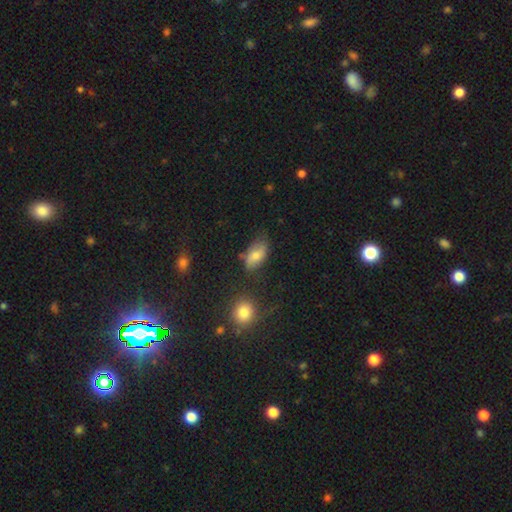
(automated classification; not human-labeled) This appears to be a smooth galaxy with no disk features (70%) that is in between round and cigar-shaped (90%). Merging: none (60%).